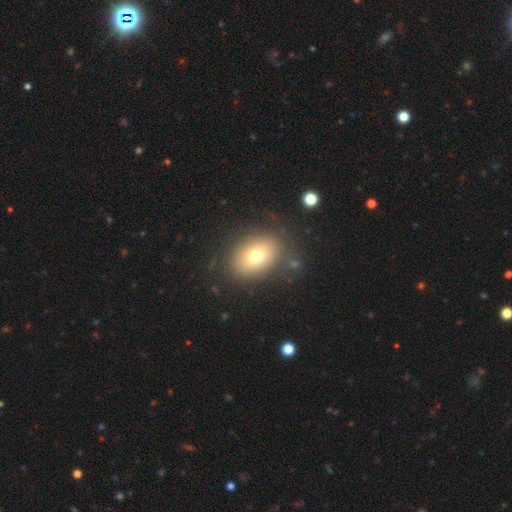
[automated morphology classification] smooth-or-featured: smooth: 72% | featured or disk: 17% | star or artifact: 11%
  how-rounded: in between: 74% | round: 25% | cigar-shaped: 1%
  merging: none: 78% | minor disturbance: 13% | major disturbance: 6% | merger: 3%